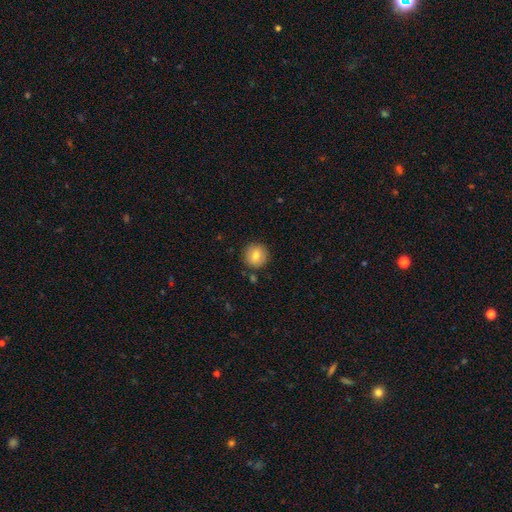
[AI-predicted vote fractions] This appears to be a smooth galaxy with no disk features (79%) that is round (93%). Merging: none (88%).